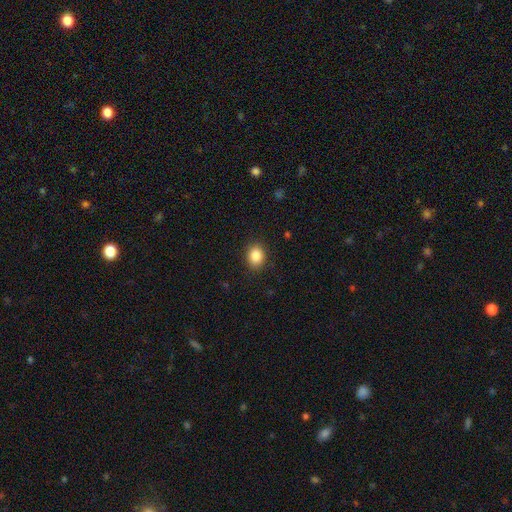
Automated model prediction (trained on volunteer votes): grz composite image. It shows a smooth galaxy with no disk features (86%) that is in between round and cigar-shaped (52%). Merging: none (88%).